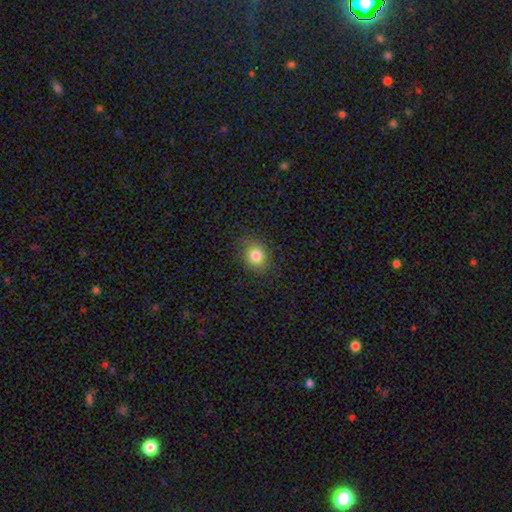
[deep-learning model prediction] smooth 81%, star or artifact 11%, featured or disk 8%. Down the decision tree: how rounded — round (65%); merging — none (82%).